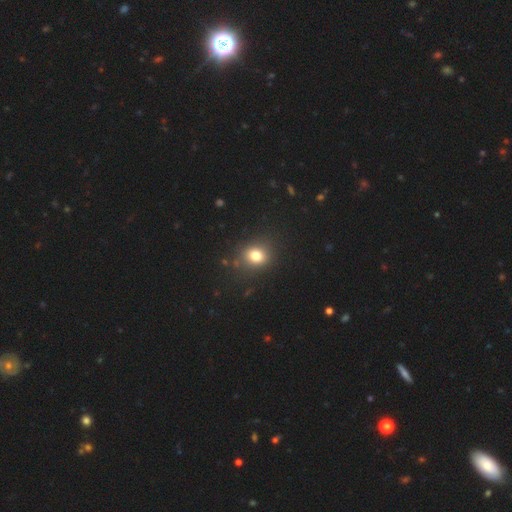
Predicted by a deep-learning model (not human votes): Overall: smooth (78%). How rounded: round (65%; in between 34%). Merging: none (83%).